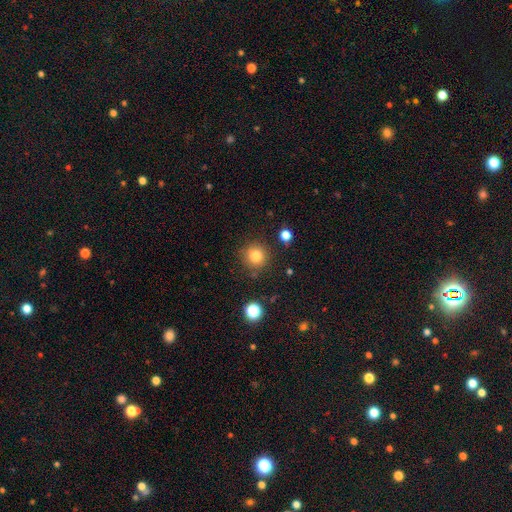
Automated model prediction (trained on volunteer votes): smooth-or-featured: smooth: 81% | star or artifact: 13% | featured or disk: 7%
  how-rounded: round: 93% | in between: 6% | cigar-shaped: 1%
  merging: none: 86% | minor disturbance: 8% | merger: 3% | major disturbance: 3%